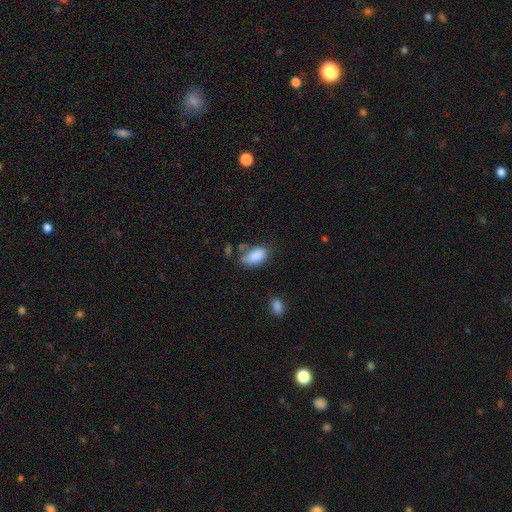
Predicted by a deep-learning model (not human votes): This appears to be a smooth galaxy with no disk features (86%) that is in between round and cigar-shaped (93%). Merging: none (52%).